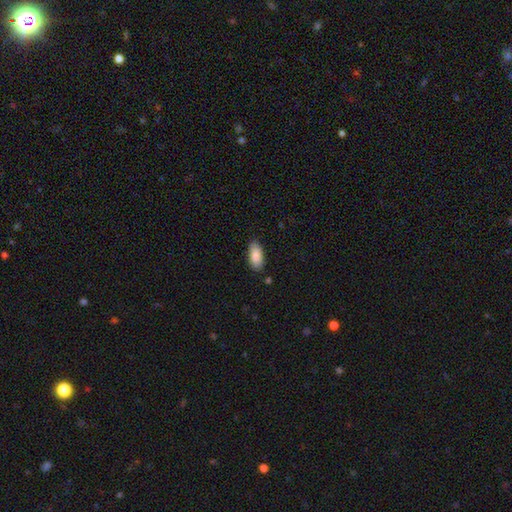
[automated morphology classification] Smooth or featured?
  - smooth: 88% *
  - star or artifact: 6%
  - featured or disk: 6%
How rounded?
  - in between: 88% *
  - cigar-shaped: 10%
  - round: 2%
Merging?
  - none: 84% *
  - minor disturbance: 12%
  - major disturbance: 2%
  - merger: 2%